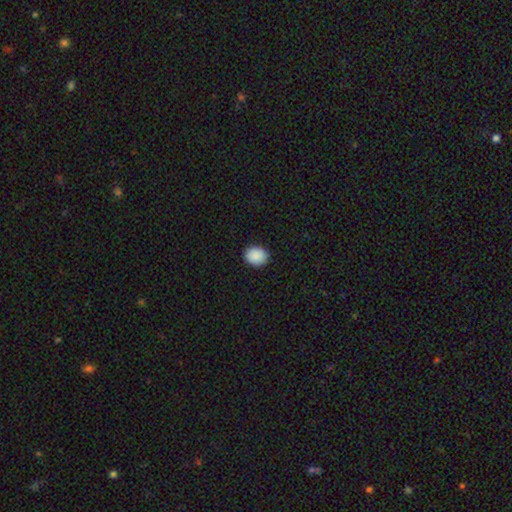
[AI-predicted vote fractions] Smooth or featured? Predicted: smooth (p=0.89). How rounded? Predicted: round (p=0.52). Merging? Predicted: none (p=0.90).